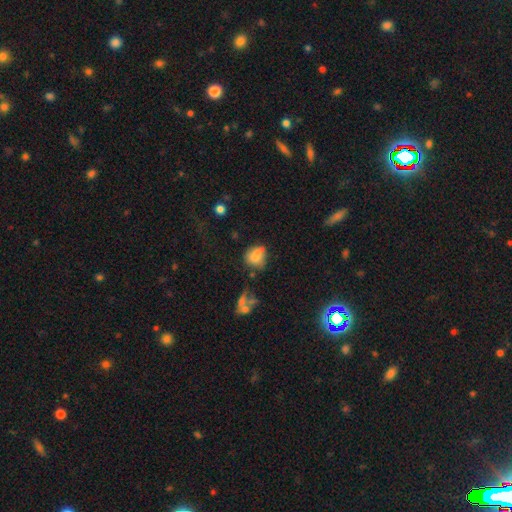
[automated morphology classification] This is likely a smooth galaxy (73%). How rounded: possibly in between (50%). Merging: marginally none (43%).